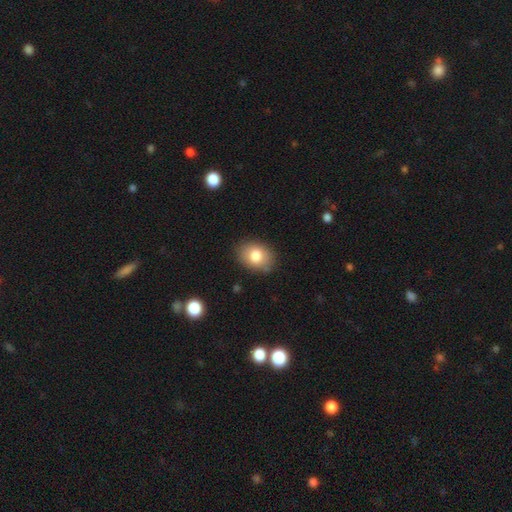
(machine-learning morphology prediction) smooth-or-featured: smooth: 81% | featured or disk: 11% | star or artifact: 9%
  how-rounded: in between: 65% | round: 34% | cigar-shaped: 1%
  merging: none: 83% | minor disturbance: 13% | major disturbance: 3% | merger: 1%